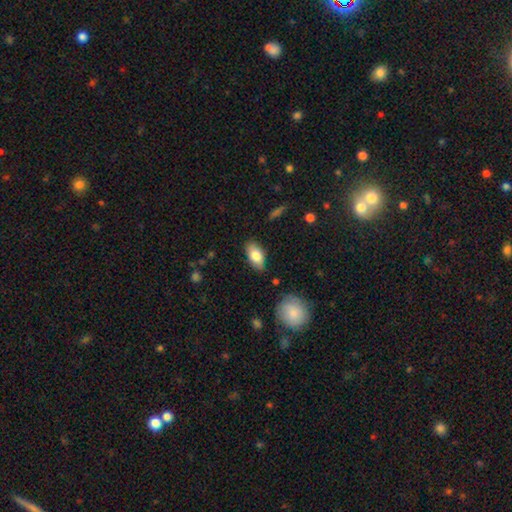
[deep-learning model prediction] Smooth or featured? Predicted: smooth (p=0.80). How rounded? Predicted: in between (p=0.91). Merging? Predicted: none (p=0.82).